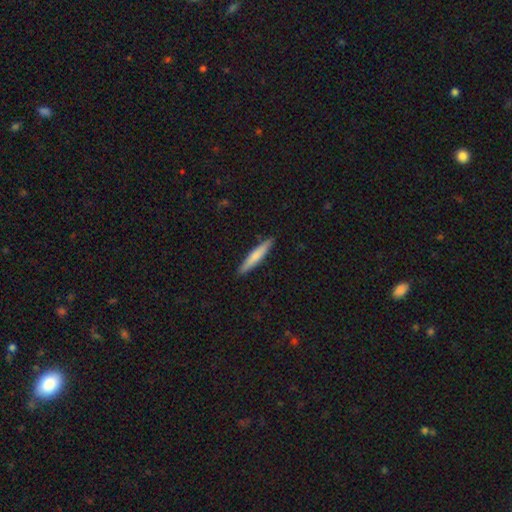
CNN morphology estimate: This is likely a smooth galaxy (69%). How rounded: clearly cigar-shaped (93%). Merging: clearly none (91%).